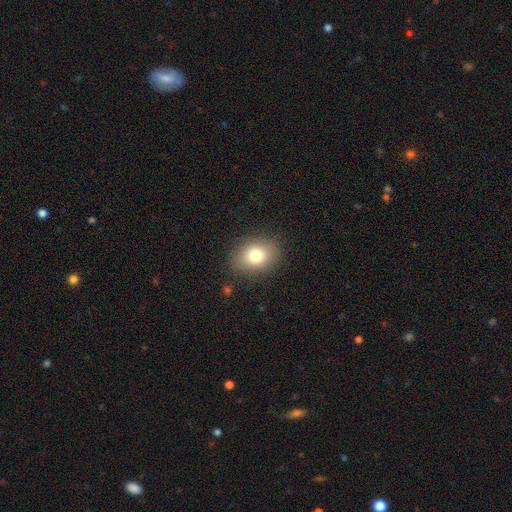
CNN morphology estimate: Smooth or featured?
  - smooth: 79% *
  - featured or disk: 11%
  - star or artifact: 10%
How rounded?
  - in between: 67% *
  - round: 32%
  - cigar-shaped: 1%
Merging?
  - none: 85% *
  - minor disturbance: 10%
  - major disturbance: 3%
  - merger: 1%